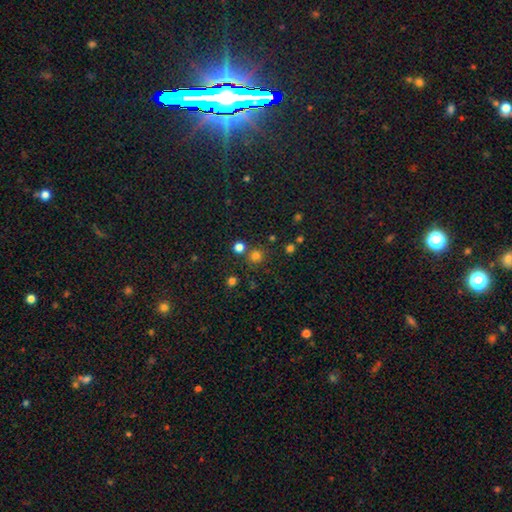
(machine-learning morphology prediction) A smooth galaxy with no disk features (75%) that is round (91%).

Vote fractions:
- Smooth or featured? smooth: 75% / star or artifact: 19% / featured or disk: 5%
- How rounded? round: 91% / in between: 8% / cigar-shaped: 1%
- Merging? none: 76% / merger: 13% / minor disturbance: 8% / major disturbance: 3%